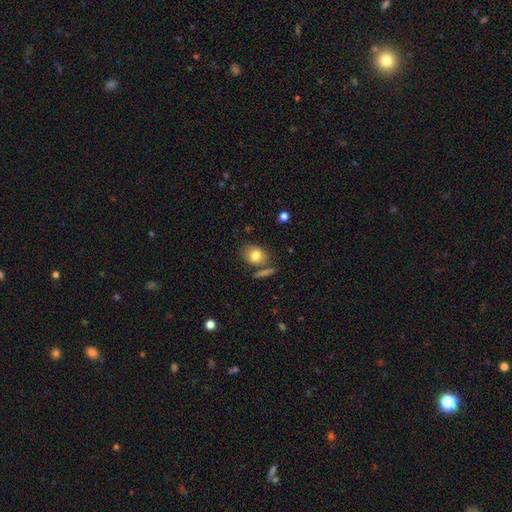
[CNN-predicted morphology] A smooth galaxy with no disk features (79%) that is in between round and cigar-shaped (58%). Merging: none (65%).